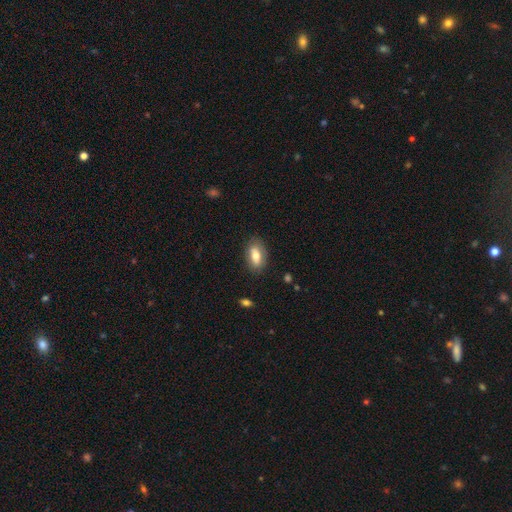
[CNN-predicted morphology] This is likely a smooth galaxy (72%). How rounded: clearly in between (88%). Merging: clearly none (81%).